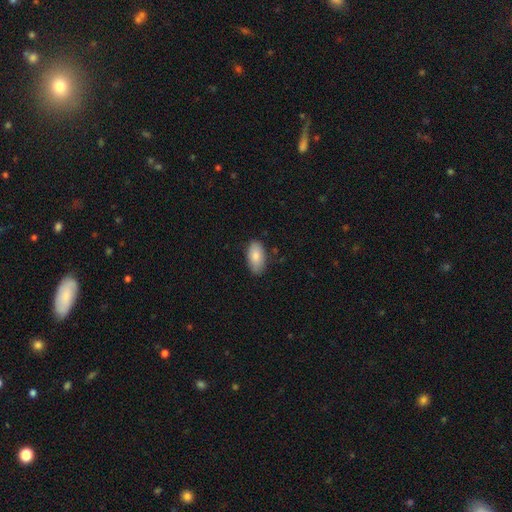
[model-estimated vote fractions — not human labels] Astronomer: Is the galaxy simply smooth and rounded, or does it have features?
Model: smooth — 83%.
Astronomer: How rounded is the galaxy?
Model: in between — 94%.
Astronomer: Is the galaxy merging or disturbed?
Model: none — 81%.